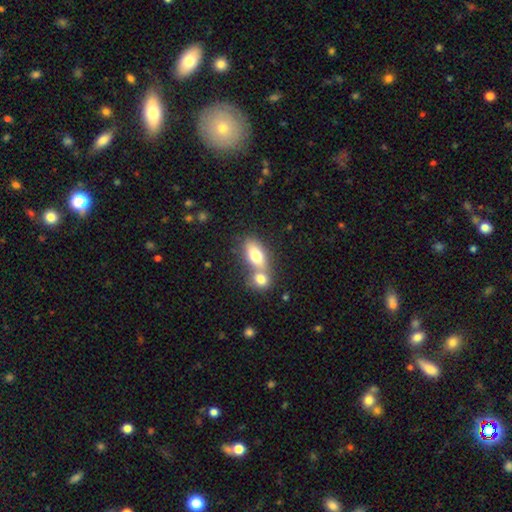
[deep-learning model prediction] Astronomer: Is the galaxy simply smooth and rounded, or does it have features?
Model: smooth — 73%.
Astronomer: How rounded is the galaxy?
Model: in between — 82%.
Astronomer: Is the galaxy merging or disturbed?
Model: merger — 58%.